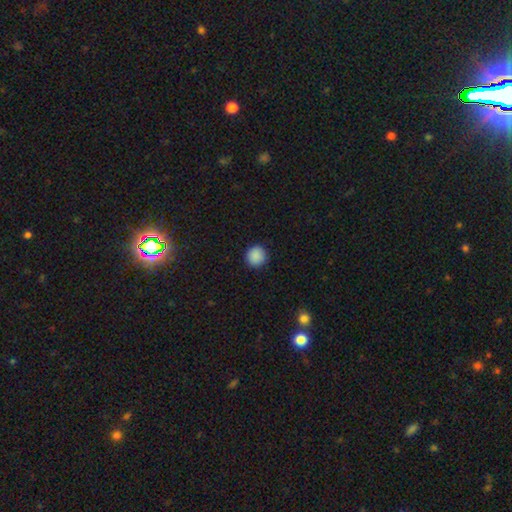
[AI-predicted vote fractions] Q: Smooth or featured?
A: smooth (89%); runner-up: star or artifact (9%)
Q: How rounded?
A: round (95%); runner-up: in between (4%)
Q: Merging?
A: none (92%); runner-up: minor disturbance (6%)